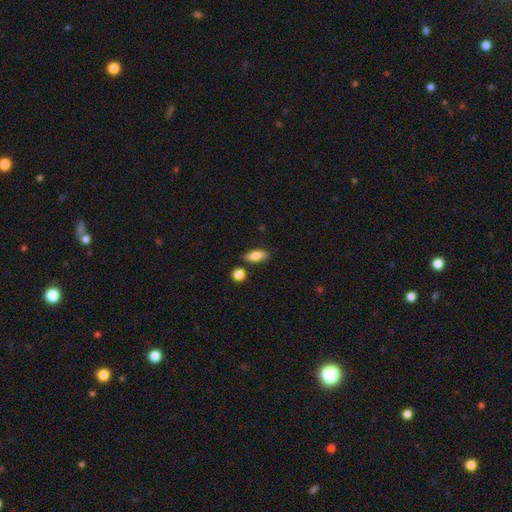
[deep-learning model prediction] Morphology: type=smooth (83%); roundness=in between (82%); merging=none (77%).